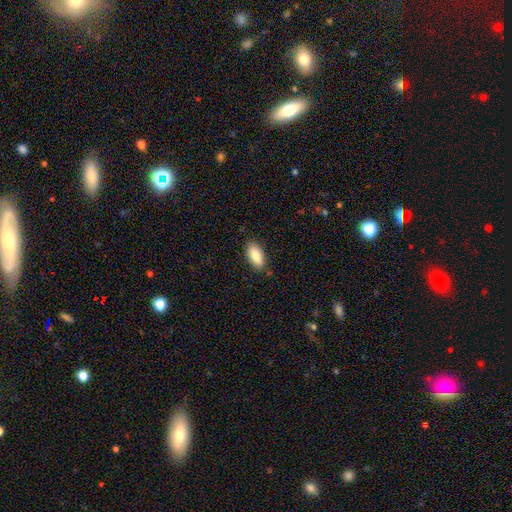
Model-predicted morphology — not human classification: A smooth galaxy with no disk features (86%) that is in between round and cigar-shaped (90%). Merging: none (85%).